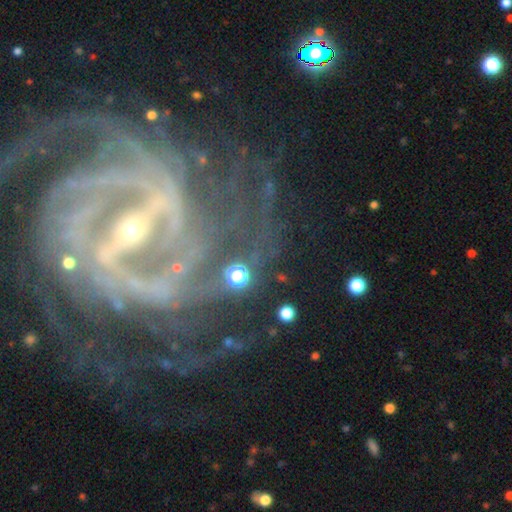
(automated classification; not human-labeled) Smooth or featured? featured or disk (91%)
Edge-on disk? no (97%)
Bar? strong (75%)
Spiral arms? yes (97%)
Spiral winding? tight (50%)
Spiral arm count? 2 (27%)
Bulge size? small (84%)
Merging? none (63%)